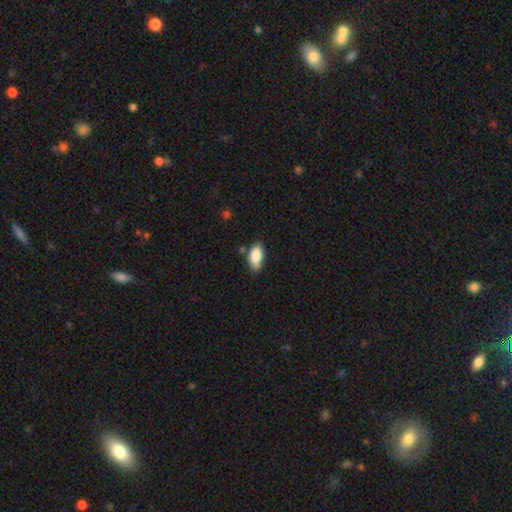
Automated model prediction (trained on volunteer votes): Smooth or featured? smooth (85%)
How rounded? in between (92%)
Merging? none (72%)